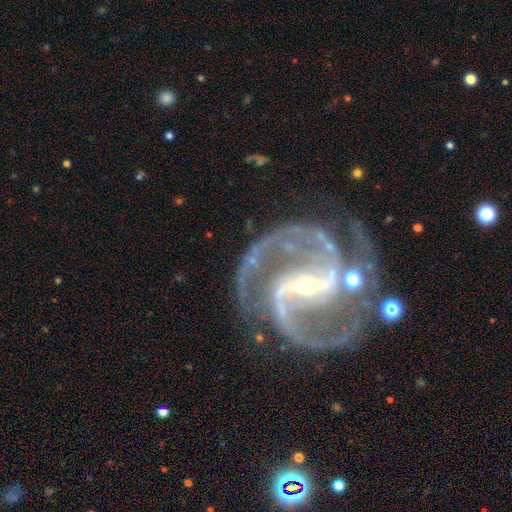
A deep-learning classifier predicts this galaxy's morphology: Q: Smooth or featured?
A: featured or disk (93%); runner-up: star or artifact (5%)
Q: Edge-on disk?
A: no (98%); runner-up: yes (2%)
Q: Bar?
A: strong (62%); runner-up: weak (26%)
Q: Spiral arms?
A: yes (99%); runner-up: no (1%)
Q: Spiral winding?
A: medium (64%); runner-up: tight (22%)
Q: Spiral arm count?
A: 2 (85%); runner-up: 3 (6%)
Q: Bulge size?
A: small (73%); runner-up: moderate (23%)
Q: Merging?
A: none (70%); runner-up: minor disturbance (16%)